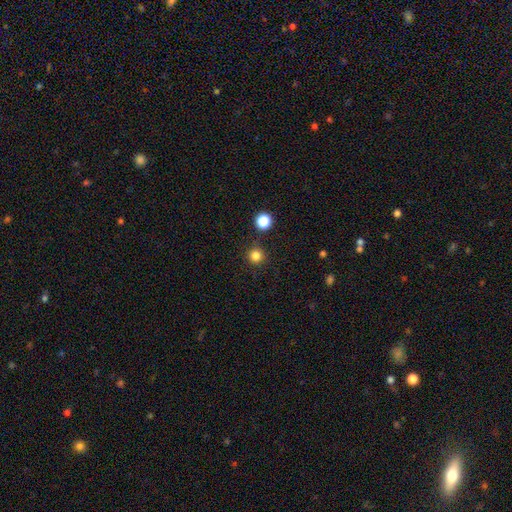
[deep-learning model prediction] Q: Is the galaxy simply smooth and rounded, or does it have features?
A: smooth — 82%.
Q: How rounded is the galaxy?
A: round — 96%.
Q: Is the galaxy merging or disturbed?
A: none — 88%.